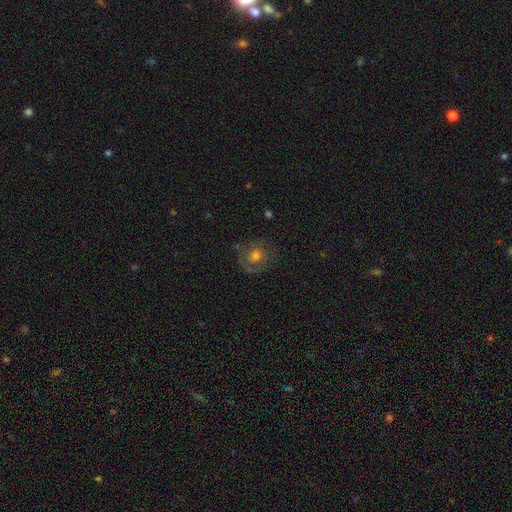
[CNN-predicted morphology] smooth 49%, featured or disk 41%, star or artifact 10%. Down the decision tree: merging — none (69%).